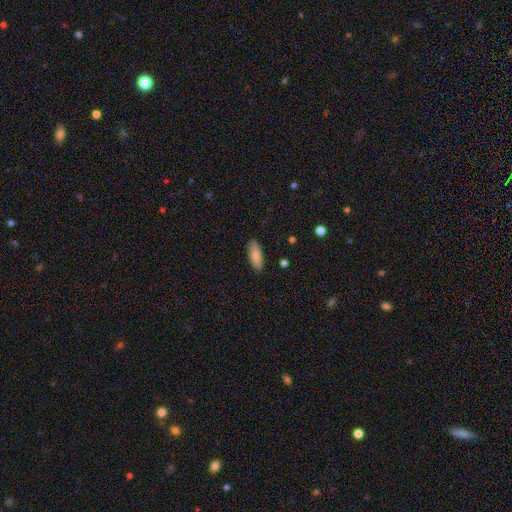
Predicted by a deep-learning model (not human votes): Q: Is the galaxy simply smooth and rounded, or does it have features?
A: smooth — 84%.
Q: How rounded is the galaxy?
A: in between — 76%.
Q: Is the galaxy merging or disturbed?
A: none — 87%.